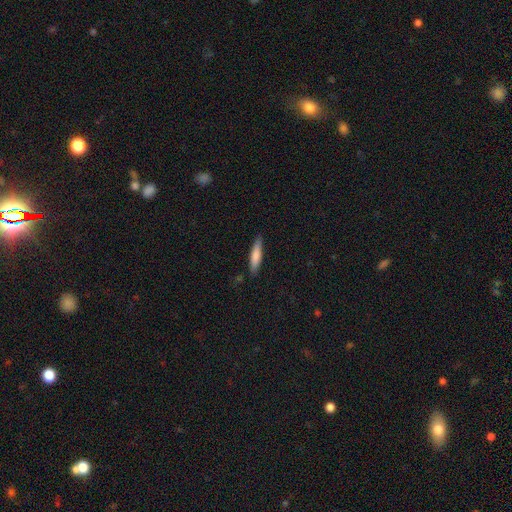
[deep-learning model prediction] The model was most divided on "smooth or featured": smooth: 76%, featured or disk: 18%, star or artifact: 5%. More confident: merging — none (85%); how rounded — cigar-shaped (85%).